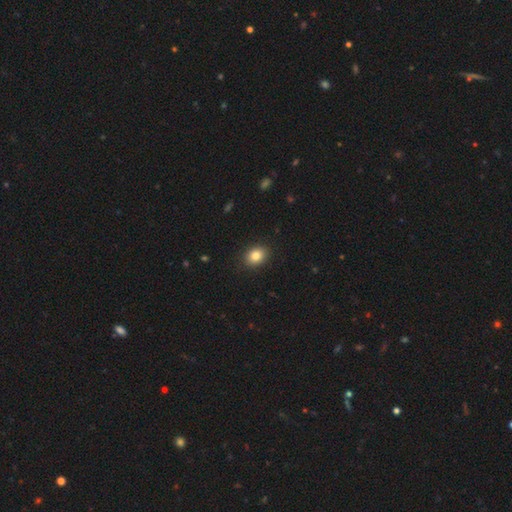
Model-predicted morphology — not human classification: This is clearly a smooth galaxy (83%). How rounded: possibly in between (60%). Merging: clearly none (90%).